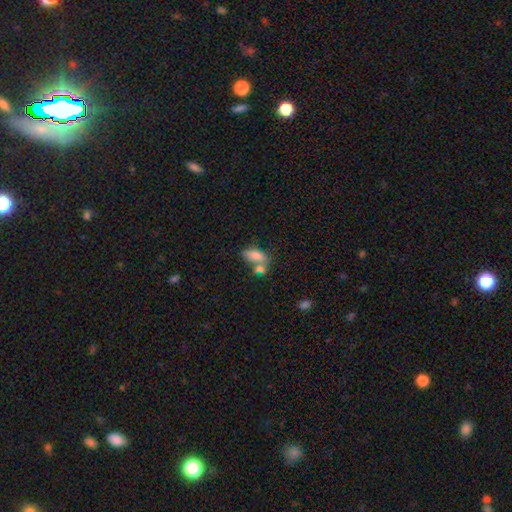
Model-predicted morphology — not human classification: A smooth galaxy with no disk features (78%) that is in between round and cigar-shaped (85%). Merging: merger (43%).